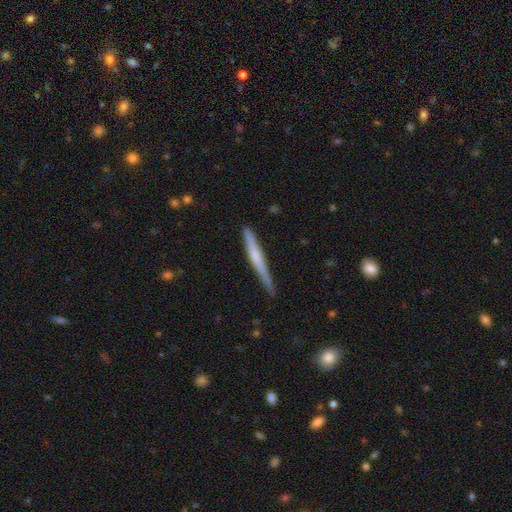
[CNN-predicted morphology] A smooth galaxy with no disk features (48%).

Vote fractions:
- Smooth or featured? smooth: 48% / featured or disk: 46% / star or artifact: 6%
- Merging? none: 74% / minor disturbance: 21% / major disturbance: 3% / merger: 2%